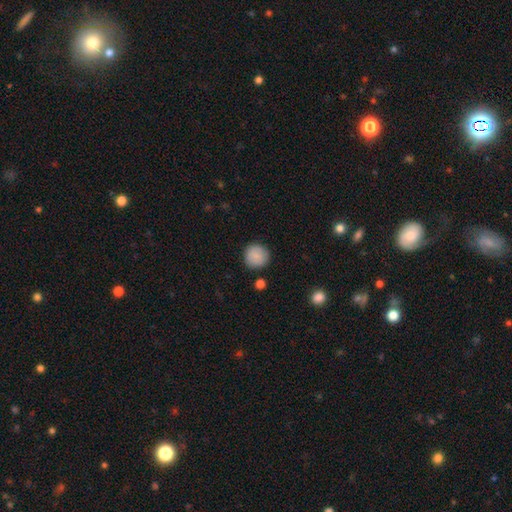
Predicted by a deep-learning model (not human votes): smooth_or_featured: smooth (p=0.87) [alt: star or artifact p=0.08]
how_rounded: round (p=0.94) [alt: in between p=0.05]
merging: none (p=0.88) [alt: minor disturbance p=0.08]